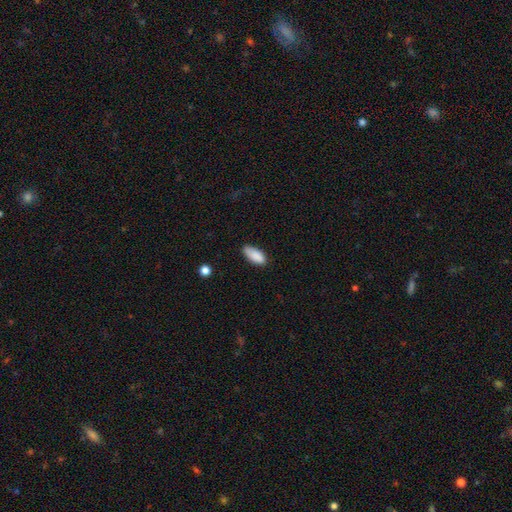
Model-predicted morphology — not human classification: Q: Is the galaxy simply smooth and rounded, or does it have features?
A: smooth — 88%.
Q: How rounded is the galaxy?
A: in between — 87%.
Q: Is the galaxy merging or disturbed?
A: none — 72%.